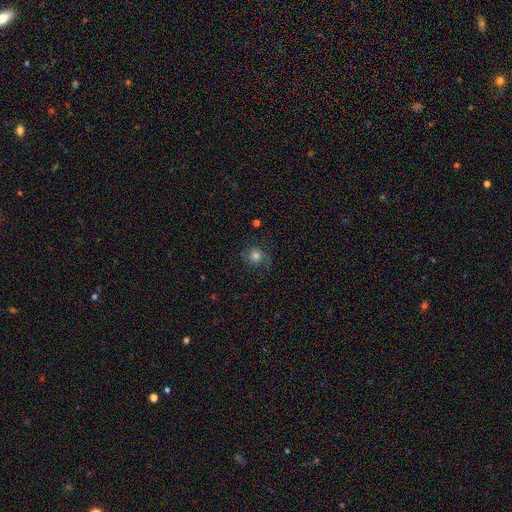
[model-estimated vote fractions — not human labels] Smooth or featured? Predicted: smooth (p=0.63). How rounded? Predicted: round (p=0.85). Merging? Predicted: none (p=0.67).